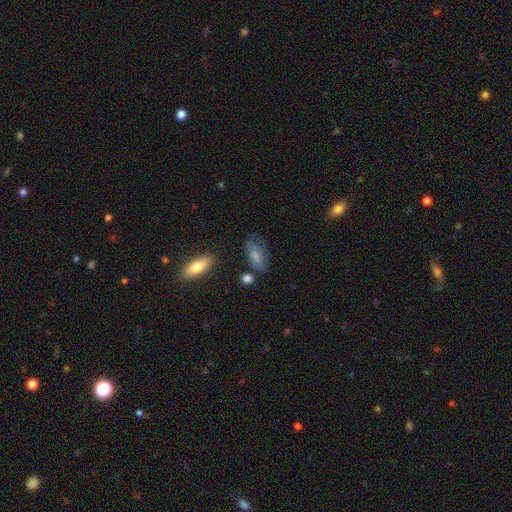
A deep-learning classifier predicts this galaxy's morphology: smooth-or-featured: smooth: 71% | featured or disk: 22% | star or artifact: 8%
  how-rounded: in between: 86% | cigar-shaped: 10% | round: 4%
  merging: none: 59% | minor disturbance: 27% | major disturbance: 9% | merger: 5%